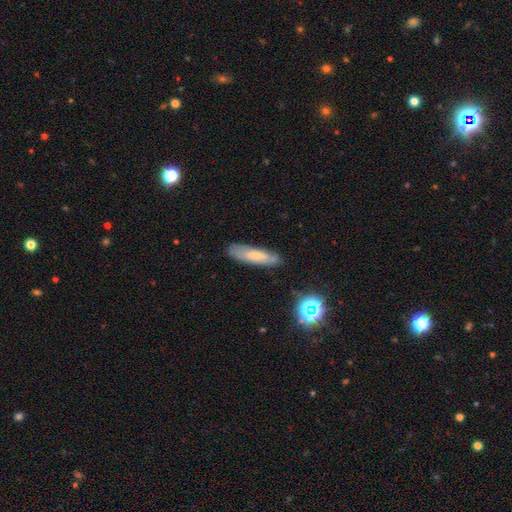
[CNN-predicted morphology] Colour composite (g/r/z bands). It shows a smooth galaxy with no disk features (59%) that is cigar-shaped (72%). Merging: none (78%).